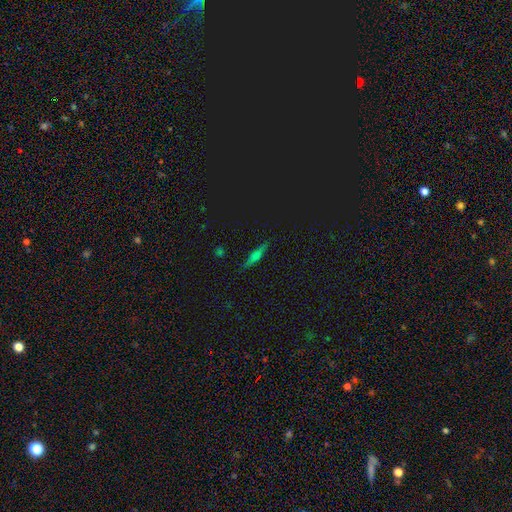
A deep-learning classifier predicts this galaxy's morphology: This appears to be a smooth galaxy with no disk features (47%). Merging: none (87%).